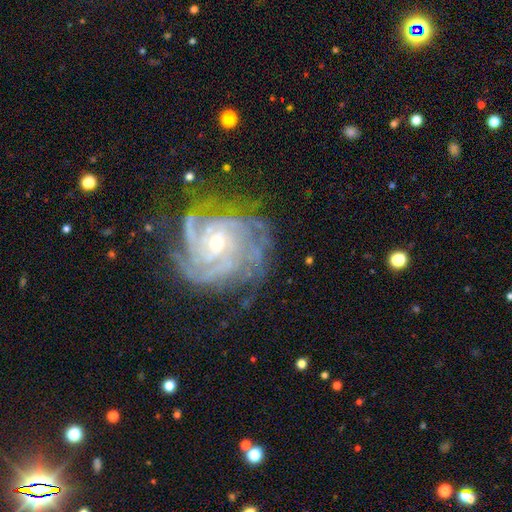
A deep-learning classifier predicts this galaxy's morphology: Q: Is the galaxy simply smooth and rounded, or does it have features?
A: featured or disk — 82%.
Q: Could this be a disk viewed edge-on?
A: no — 97%.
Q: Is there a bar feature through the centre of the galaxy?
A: no — 62%.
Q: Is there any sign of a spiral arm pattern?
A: yes — 98%.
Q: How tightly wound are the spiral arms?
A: tight — 76%.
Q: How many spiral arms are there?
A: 4 — 22%, tied with 3.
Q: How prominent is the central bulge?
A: small — 59%.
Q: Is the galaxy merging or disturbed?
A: none — 78%.